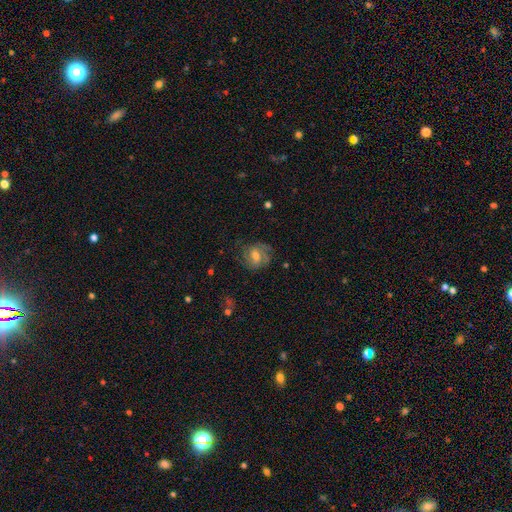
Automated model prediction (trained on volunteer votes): smooth-or-featured: featured or disk: 64% | smooth: 27% | star or artifact: 9%
  disk-edge-on: no: 97% | yes: 3%
    bar: weak: 49% | no: 37% | strong: 13%
    has-spiral-arms: yes: 87% | no: 13%
      spiral-winding: medium: 43% | tight: 41% | loose: 16%
      spiral-arm-count: 2: 37% | can't tell: 29% | 3: 20% | 1: 6% | 4: 5% | more than 4: 4%
    bulge-size: moderate: 59% | small: 31% | large: 6% | none: 3% | dominant: 1%
  merging: none: 67% | minor disturbance: 20% | major disturbance: 12% | merger: 1%